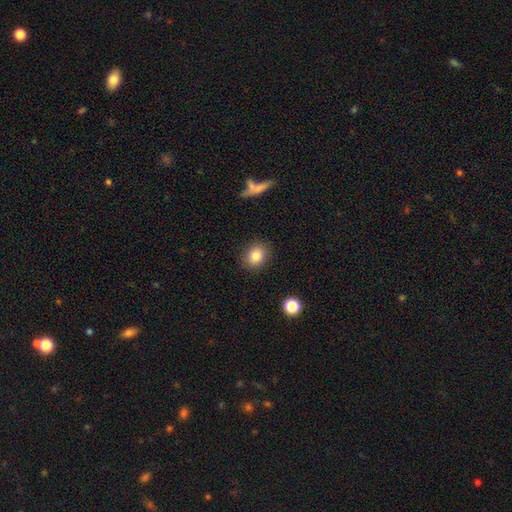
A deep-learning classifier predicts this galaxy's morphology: A smooth galaxy with no disk features (83%) that is round (60%).

Vote fractions:
- Smooth or featured? smooth: 83% / star or artifact: 10% / featured or disk: 8%
- How rounded? round: 60% / in between: 39% / cigar-shaped: 1%
- Merging? none: 87% / minor disturbance: 9% / major disturbance: 3% / merger: 1%